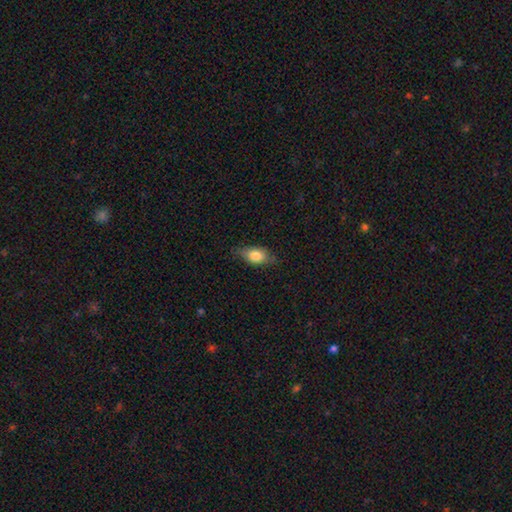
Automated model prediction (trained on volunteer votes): Overall: smooth (77%). How rounded: in between (83%). Merging: none (75%).